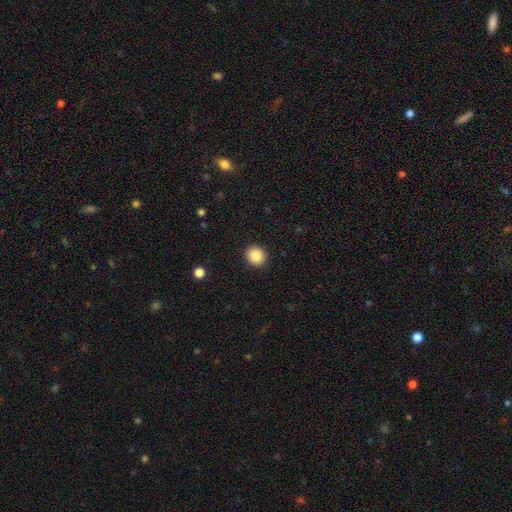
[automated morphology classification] smooth-or-featured: smooth: 86% | star or artifact: 9% | featured or disk: 5%
  how-rounded: round: 81% | in between: 18% | cigar-shaped: 1%
  merging: none: 92% | minor disturbance: 6% | major disturbance: 2% | merger: 1%